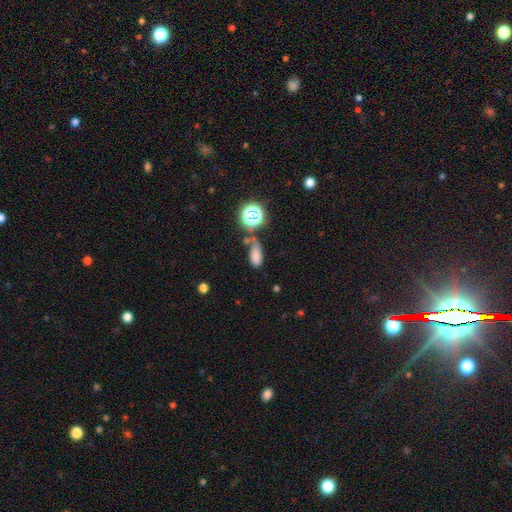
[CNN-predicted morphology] type=smooth (71%); roundness=in between (82%); merging=none (46%).